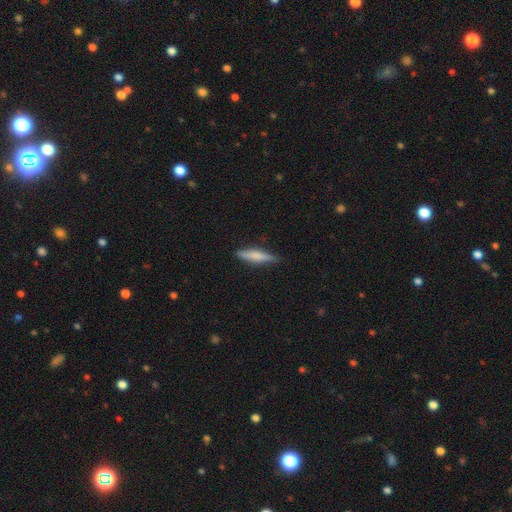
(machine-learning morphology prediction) Smooth or featured: smooth — 61% (featured or disk — 33%)
How rounded: cigar-shaped — 85% (in between — 13%)
Merging: none — 86% (minor disturbance — 11%)